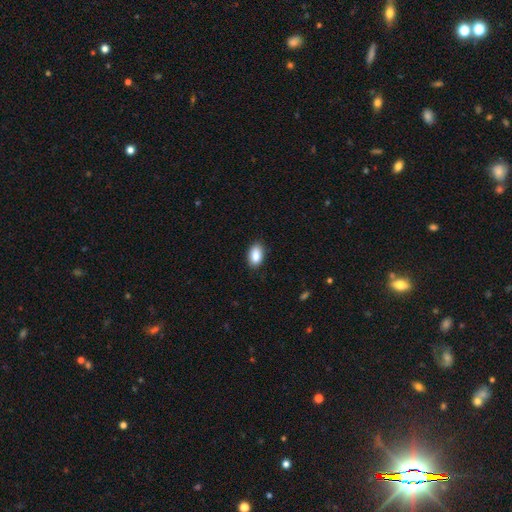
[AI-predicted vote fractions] Morphology: type=smooth (88%); roundness=in between (92%); merging=none (87%).